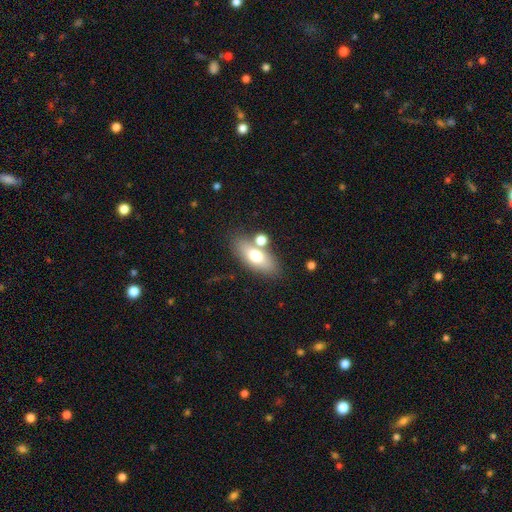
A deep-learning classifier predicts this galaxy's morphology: This is likely a smooth galaxy (68%). How rounded: likely in between (77%). Merging: likely none (68%).